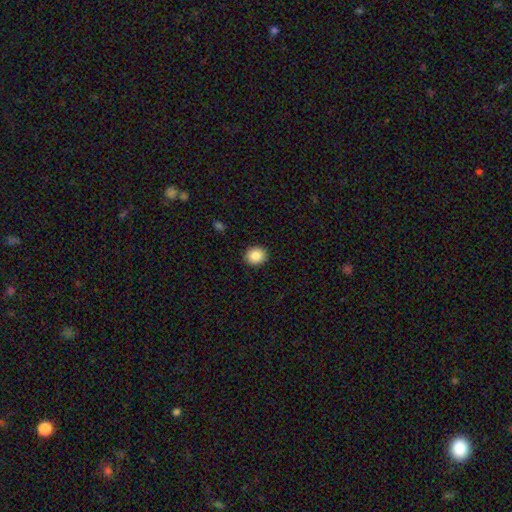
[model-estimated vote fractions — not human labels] The model was most divided on "how rounded": round: 74%, in between: 25%, cigar-shaped: 1%. More confident: merging — none (91%); smooth or featured — smooth (88%).